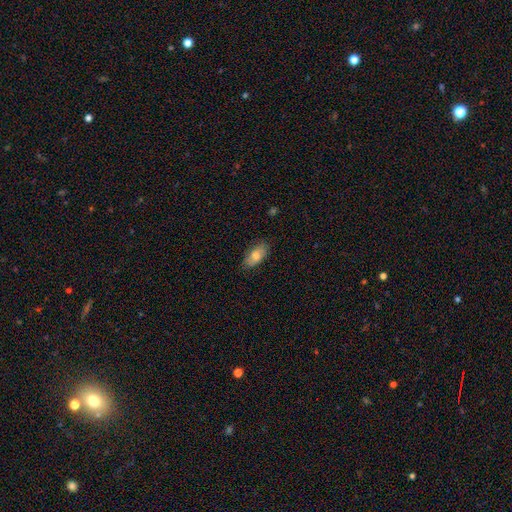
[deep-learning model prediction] The model was most divided on "smooth or featured": smooth: 71%, featured or disk: 21%, star or artifact: 7%. More confident: how rounded — in between (91%); merging — none (81%).